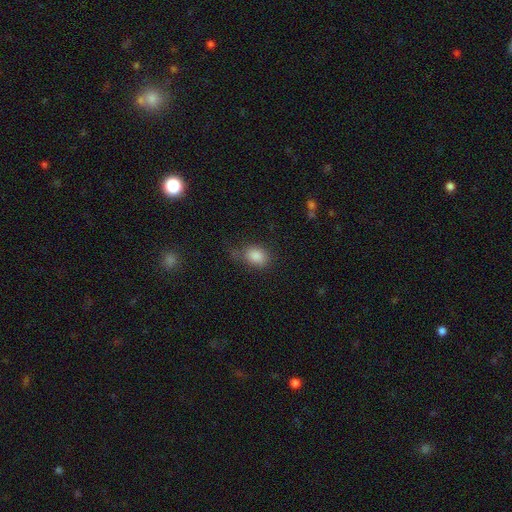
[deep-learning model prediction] Morphology: type=smooth (85%); roundness=in between (71%); merging=none (59%).